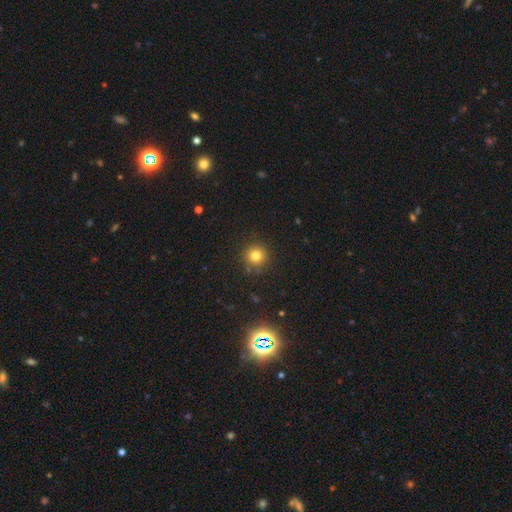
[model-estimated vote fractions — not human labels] Q: Smooth or featured?
A: smooth (79%); runner-up: star or artifact (15%)
Q: How rounded?
A: round (94%); runner-up: in between (5%)
Q: Merging?
A: none (88%); runner-up: minor disturbance (7%)